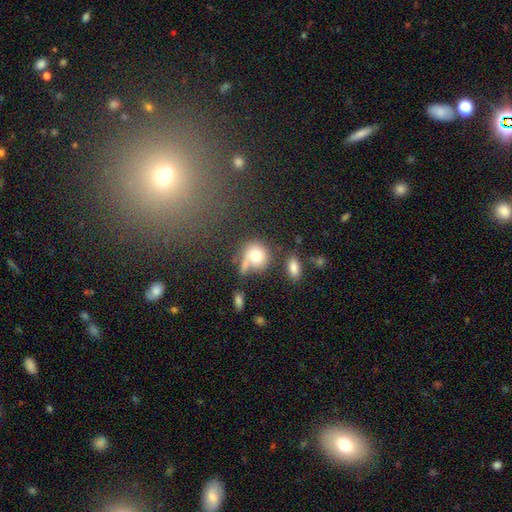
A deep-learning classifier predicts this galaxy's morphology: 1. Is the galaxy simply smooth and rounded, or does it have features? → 74% smooth, 17% featured or disk, 10% star or artifact.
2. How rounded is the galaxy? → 76% round, 23% in between, 2% cigar-shaped.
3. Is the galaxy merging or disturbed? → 43% none, 25% merger, 18% minor disturbance, 15% major disturbance.